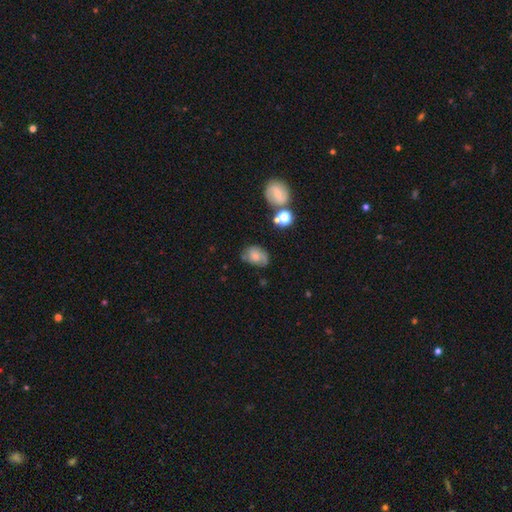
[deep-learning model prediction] A smooth galaxy with no disk features (54%) that is in between round and cigar-shaped (68%).

Vote fractions:
- Smooth or featured? smooth: 54% / featured or disk: 34% / star or artifact: 12%
- How rounded? in between: 68% / round: 30% / cigar-shaped: 1%
- Merging? none: 55% / minor disturbance: 29% / major disturbance: 11% / merger: 5%